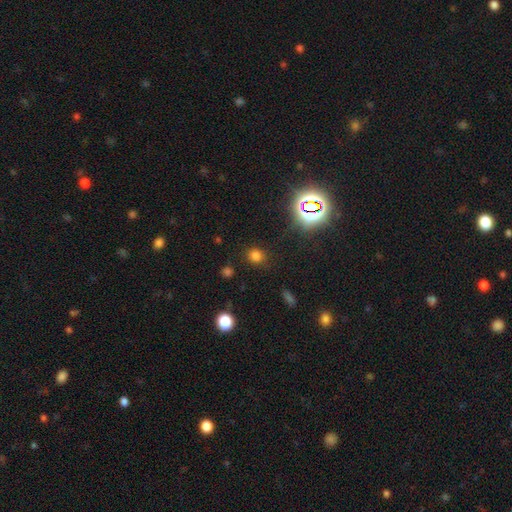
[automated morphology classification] smooth-or-featured: smooth: 71% | star or artifact: 24% | featured or disk: 5%
  how-rounded: round: 77% | in between: 22% | cigar-shaped: 1%
  merging: none: 84% | minor disturbance: 10% | major disturbance: 4% | merger: 2%